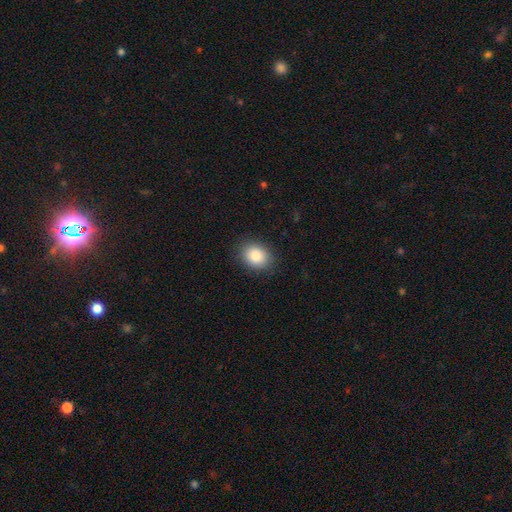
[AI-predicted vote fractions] This appears to be a smooth galaxy with no disk features (85%) that is in between round and cigar-shaped (55%). Merging: none (87%).